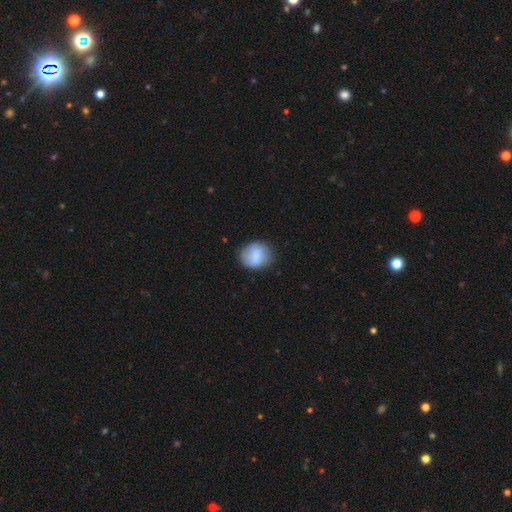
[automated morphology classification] smooth 78%, featured or disk 15%, star or artifact 7%. Down the decision tree: how rounded — round (75%); merging — none (75%).